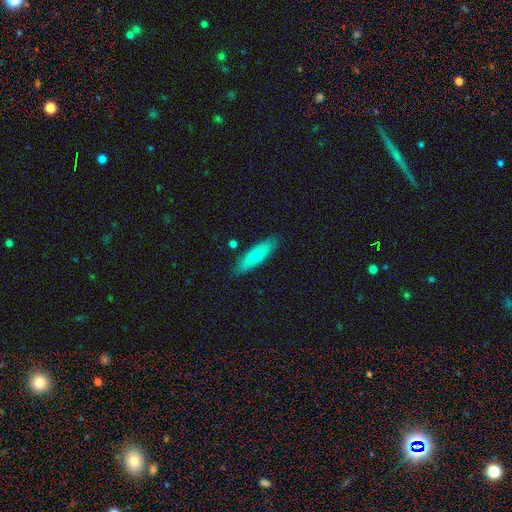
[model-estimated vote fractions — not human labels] The model was most divided on "how rounded": cigar-shaped: 56%, in between: 42%, round: 2%. More confident: merging — none (84%); smooth or featured — smooth (70%).